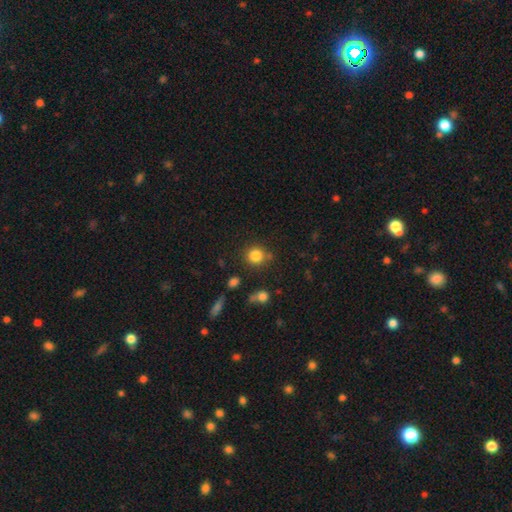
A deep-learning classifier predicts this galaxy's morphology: Smooth or featured: smooth — 83% (star or artifact — 11%)
How rounded: round — 89% (in between — 10%)
Merging: none — 78% (minor disturbance — 11%)